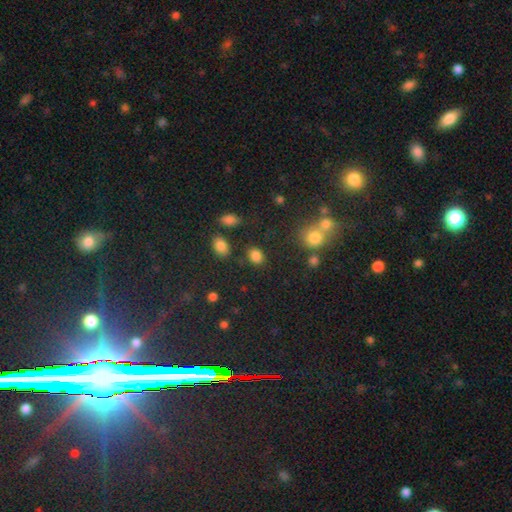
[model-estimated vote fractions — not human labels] Overall: smooth (83%). How rounded: in between (63%; round 36%). Merging: none (77%).